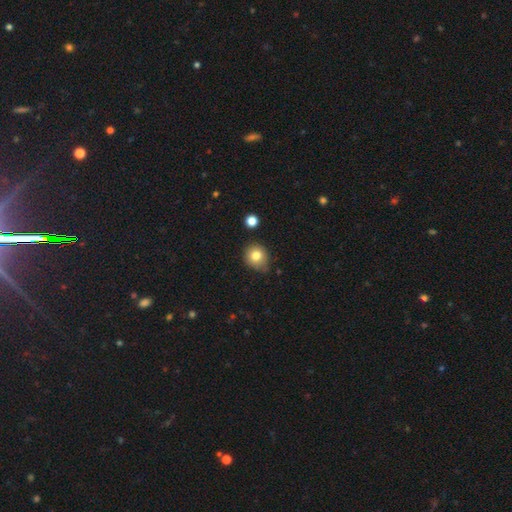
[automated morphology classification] A smooth galaxy with no disk features (80%) that is round (81%). Merging: none (71%).